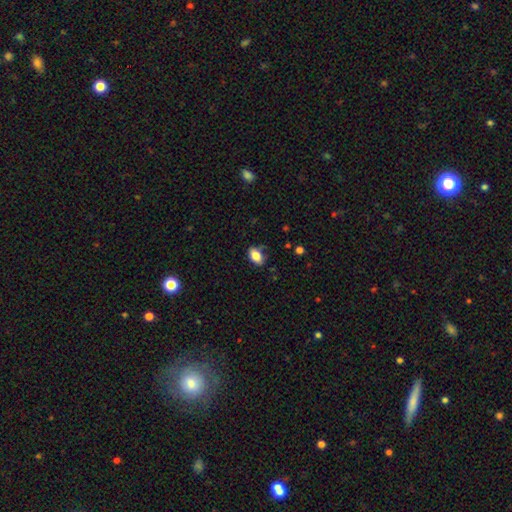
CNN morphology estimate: A smooth galaxy with no disk features (84%) that is in between round and cigar-shaped (88%). Merging: none (71%).